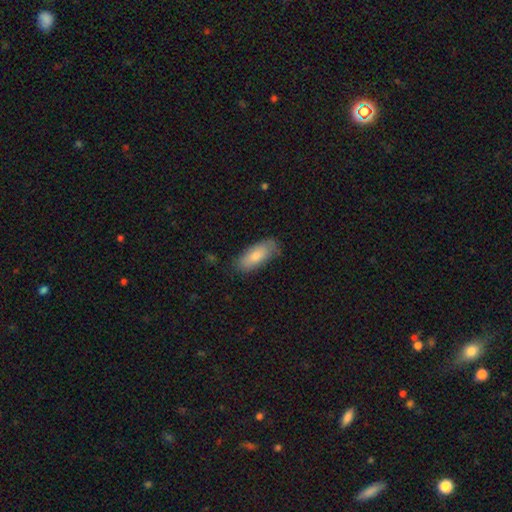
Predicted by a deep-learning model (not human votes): Smooth or featured?
  - smooth: 77% *
  - featured or disk: 16%
  - star or artifact: 6%
How rounded?
  - in between: 79% *
  - cigar-shaped: 19%
  - round: 2%
Merging?
  - none: 76% *
  - minor disturbance: 19%
  - major disturbance: 3%
  - merger: 1%